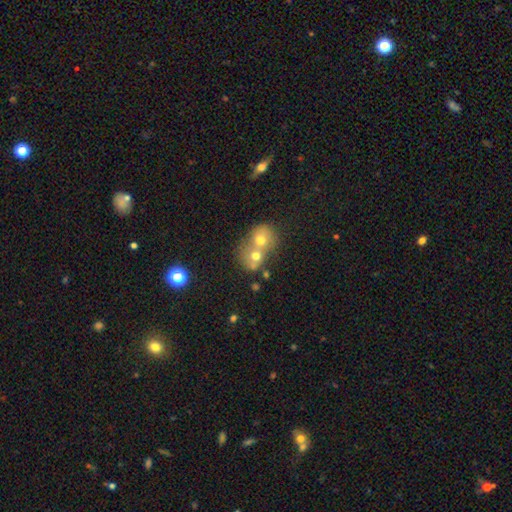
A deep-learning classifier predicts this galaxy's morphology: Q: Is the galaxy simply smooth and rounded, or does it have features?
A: smooth — 55%.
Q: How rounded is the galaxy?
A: round — 69%.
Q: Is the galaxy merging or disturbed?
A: merger — 62%.